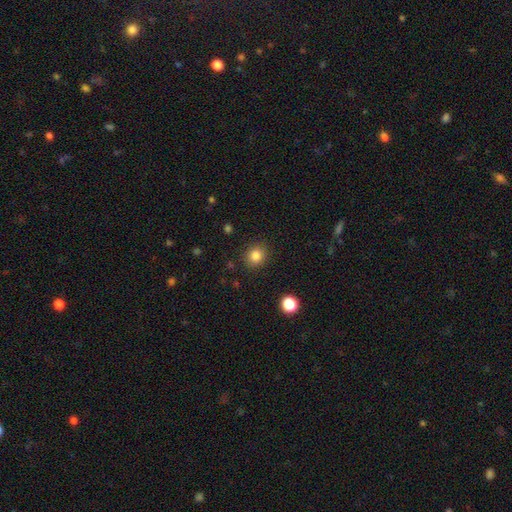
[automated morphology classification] smooth 83%, star or artifact 11%, featured or disk 5%. Down the decision tree: how rounded — round (80%); merging — none (89%).